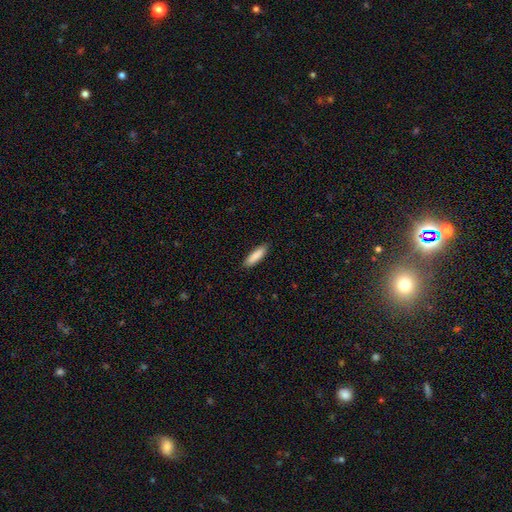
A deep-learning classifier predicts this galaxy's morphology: smooth 88%, featured or disk 6%, star or artifact 6%. Down the decision tree: how rounded — cigar-shaped (62%); merging — none (89%).